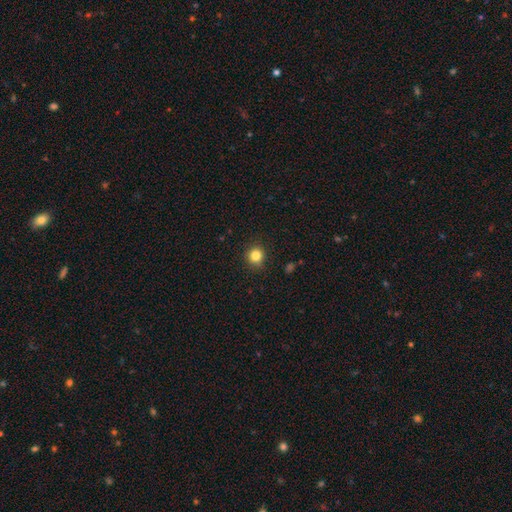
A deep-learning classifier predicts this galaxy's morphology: smooth-or-featured: smooth: 84% | star or artifact: 11% | featured or disk: 5%
  how-rounded: round: 89% | in between: 11% | cigar-shaped: 1%
  merging: none: 88% | minor disturbance: 8% | major disturbance: 2% | merger: 1%